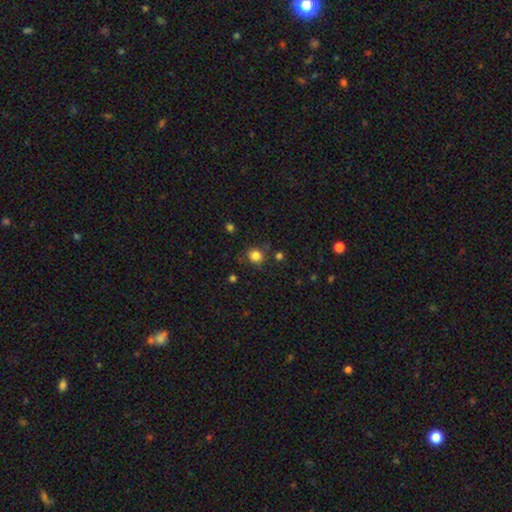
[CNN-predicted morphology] A smooth galaxy with no disk features (83%) that is round (81%).

Vote fractions:
- Smooth or featured? smooth: 83% / star or artifact: 13% / featured or disk: 5%
- How rounded? round: 81% / in between: 18% / cigar-shaped: 1%
- Merging? none: 80% / minor disturbance: 12% / merger: 4% / major disturbance: 4%